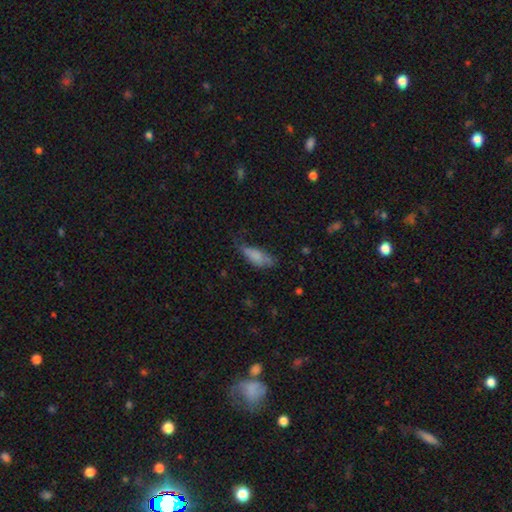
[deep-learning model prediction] Q: Smooth or featured?
A: smooth (77%); runner-up: featured or disk (14%)
Q: How rounded?
A: in between (74%); runner-up: cigar-shaped (23%)
Q: Merging?
A: none (41%); runner-up: minor disturbance (38%)